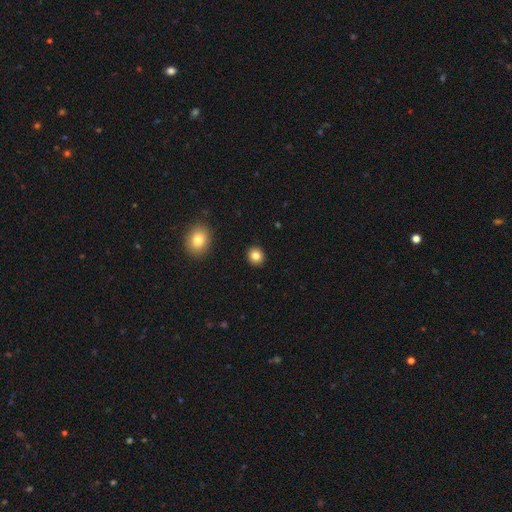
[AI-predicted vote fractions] Overall: smooth (83%). How rounded: round (84%). Merging: none (92%).